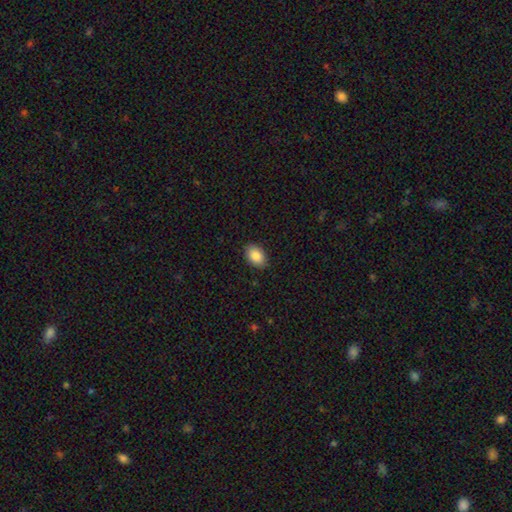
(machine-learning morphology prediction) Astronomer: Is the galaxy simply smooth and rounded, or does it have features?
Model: smooth — 88%.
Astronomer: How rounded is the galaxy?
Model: in between — 87%.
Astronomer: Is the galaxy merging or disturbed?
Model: none — 88%.